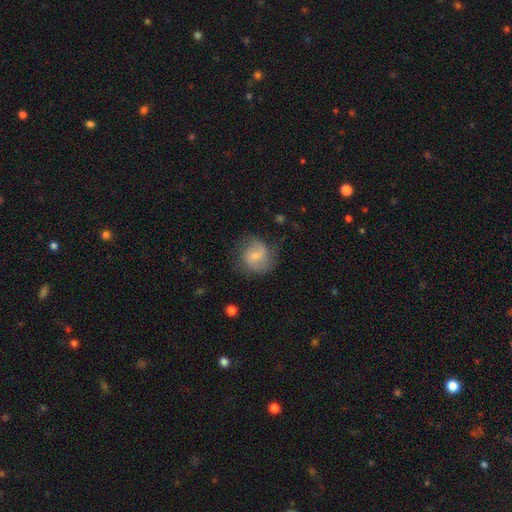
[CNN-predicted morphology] Smooth or featured? featured or disk (52%)
Edge-on disk? no (97%)
Bar? weak (45%)
Spiral arms? yes (83%)
Bulge size? small (56%)
Merging? none (70%)